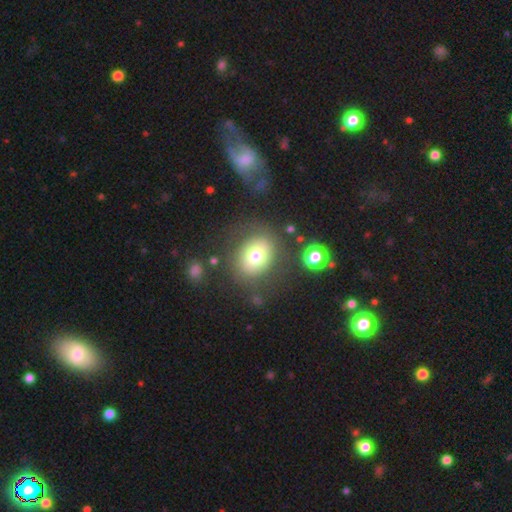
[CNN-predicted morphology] This is likely a smooth galaxy (70%). How rounded: likely round (63%). Merging: likely none (76%).